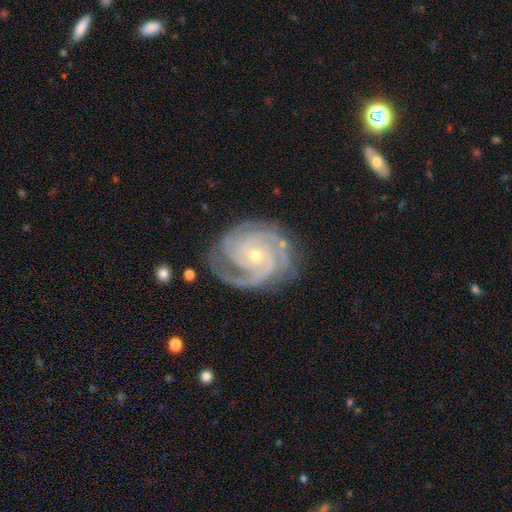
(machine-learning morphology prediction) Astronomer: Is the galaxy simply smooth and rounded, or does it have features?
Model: featured or disk — 92%.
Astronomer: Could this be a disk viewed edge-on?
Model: no — 98%.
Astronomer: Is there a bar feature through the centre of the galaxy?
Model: no — 72%.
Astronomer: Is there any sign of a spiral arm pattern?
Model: yes — 99%.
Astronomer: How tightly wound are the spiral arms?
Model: tight — 72%.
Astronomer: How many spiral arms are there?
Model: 3 — 40% (runner-up: 4, 29%).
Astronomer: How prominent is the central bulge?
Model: small — 71%.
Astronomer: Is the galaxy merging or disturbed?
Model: none — 78%.